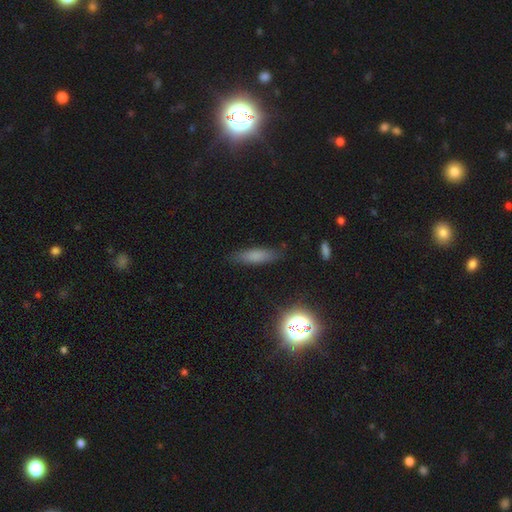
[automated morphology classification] Smooth or featured? smooth (73%)
How rounded? cigar-shaped (60%)
Merging? none (80%)